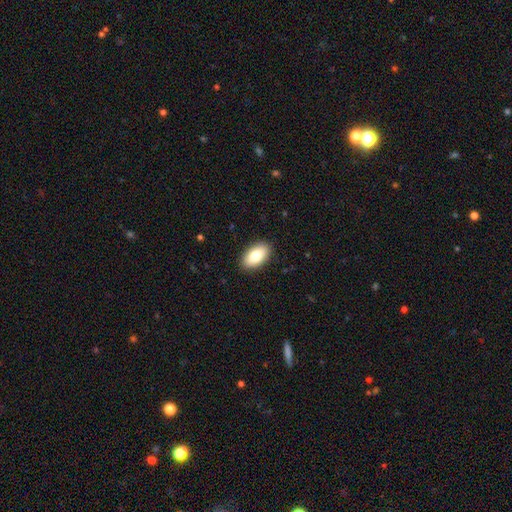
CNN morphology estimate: A smooth galaxy with no disk features (81%) that is in between round and cigar-shaped (94%).

Vote fractions:
- Smooth or featured? smooth: 81% / featured or disk: 12% / star or artifact: 7%
- How rounded? in between: 94% / round: 4% / cigar-shaped: 2%
- Merging? none: 89% / minor disturbance: 8% / major disturbance: 2% / merger: 1%